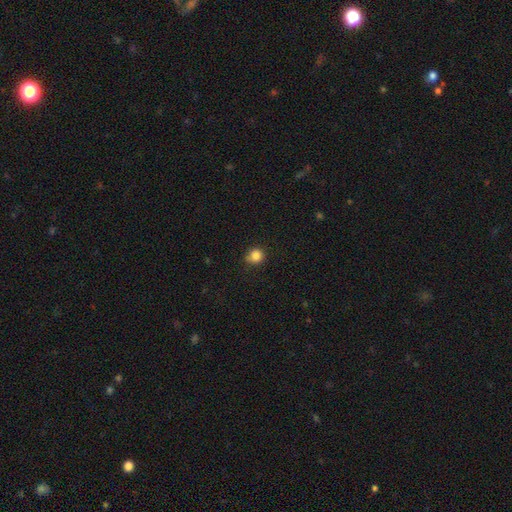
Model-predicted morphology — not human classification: smooth-or-featured: smooth: 85% | star or artifact: 11% | featured or disk: 4%
  how-rounded: round: 87% | in between: 12% | cigar-shaped: 1%
  merging: none: 78% | minor disturbance: 18% | major disturbance: 3% | merger: 1%